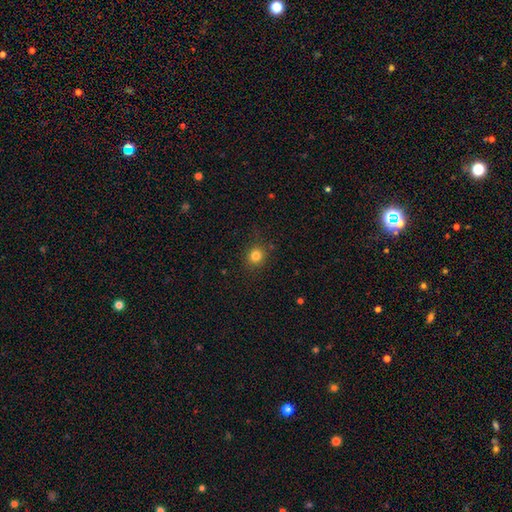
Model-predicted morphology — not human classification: This appears to be a smooth galaxy with no disk features (81%) that is round (85%). Merging: none (86%).